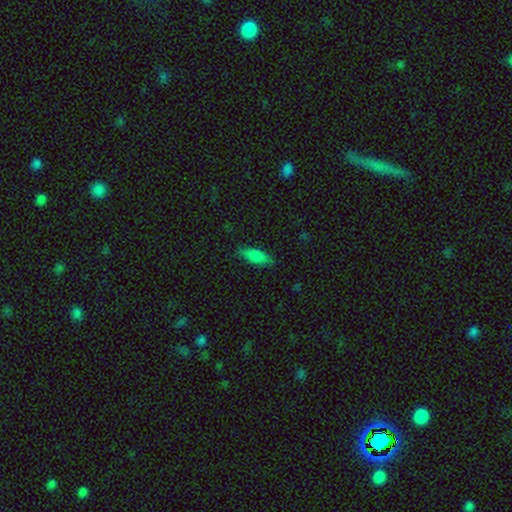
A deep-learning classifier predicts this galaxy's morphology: Smooth or featured? Predicted: smooth (p=0.82). How rounded? Predicted: in between (p=0.72). Merging? Predicted: none (p=0.81).